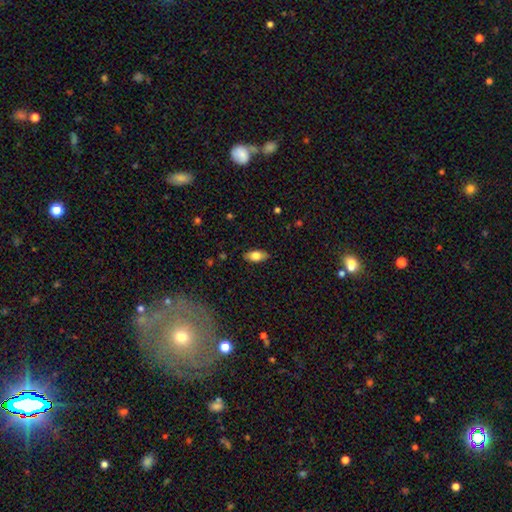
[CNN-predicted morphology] Smooth or featured? smooth (76%)
How rounded? in between (89%)
Merging? none (86%)